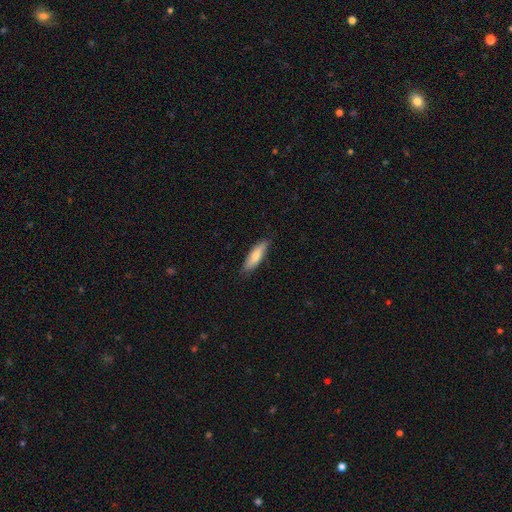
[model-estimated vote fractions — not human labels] Q: Smooth or featured?
A: smooth (75%); runner-up: featured or disk (19%)
Q: How rounded?
A: cigar-shaped (55%); runner-up: in between (43%)
Q: Merging?
A: none (80%); runner-up: minor disturbance (17%)